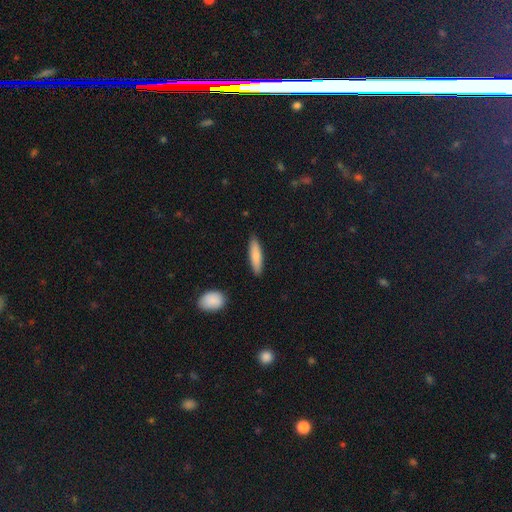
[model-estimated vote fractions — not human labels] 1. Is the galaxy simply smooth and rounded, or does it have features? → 80% smooth, 14% featured or disk, 6% star or artifact.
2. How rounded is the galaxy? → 72% cigar-shaped, 27% in between, 1% round.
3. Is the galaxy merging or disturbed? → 87% none, 9% minor disturbance, 2% major disturbance, 2% merger.